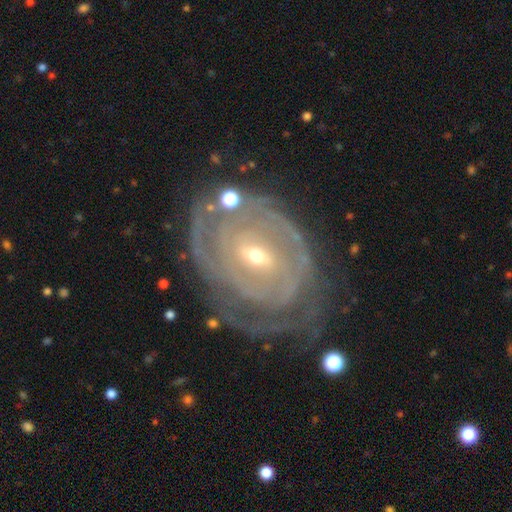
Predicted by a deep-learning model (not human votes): Smooth or featured? featured or disk (86%)
Edge-on disk? no (96%)
Bar? weak (42%)
Spiral arms? yes (91%)
Spiral winding? tight (80%)
Spiral arm count? can't tell (41%)
Bulge size? small (66%)
Merging? none (66%)